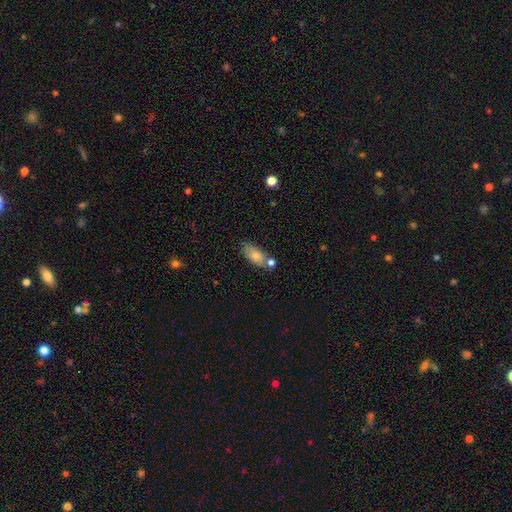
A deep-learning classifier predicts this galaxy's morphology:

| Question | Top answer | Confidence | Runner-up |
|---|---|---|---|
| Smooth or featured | smooth | 81% | featured or disk (12%) |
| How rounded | in between | 85% | cigar-shaped (12%) |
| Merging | none | 62% | minor disturbance (17%) |